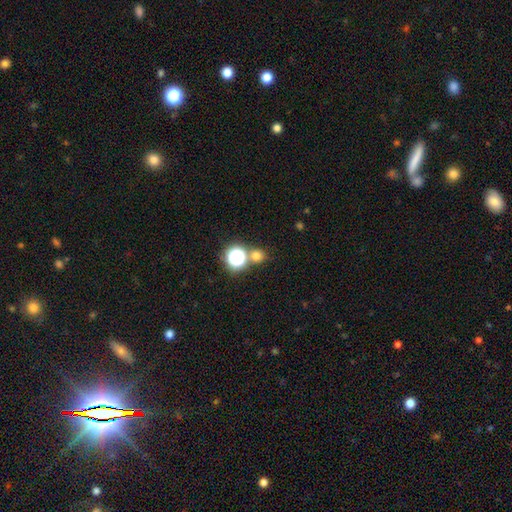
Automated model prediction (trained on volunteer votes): This appears to be a smooth galaxy with no disk features (70%) that is round (88%). Merging: none (70%).